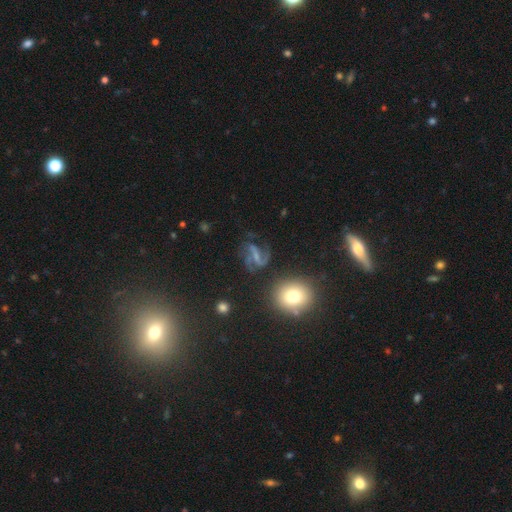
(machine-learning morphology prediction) Smooth or featured? featured or disk (76%)
Edge-on disk? no (97%)
Bar? weak (40%)
Spiral arms? yes (93%)
Spiral winding? loose (54%)
Spiral arm count? 2 (82%)
Bulge size? small (50%)
Merging? none (58%)